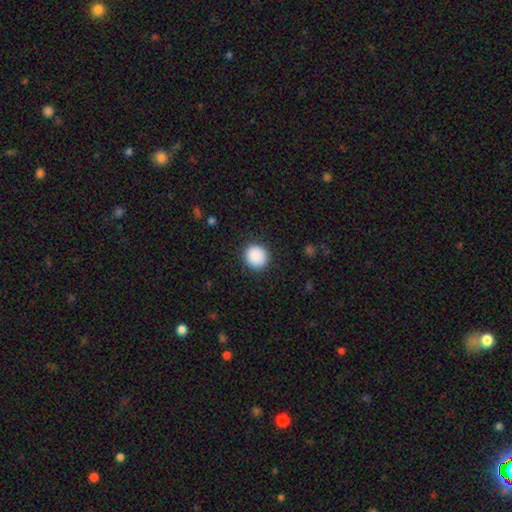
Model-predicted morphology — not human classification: smooth-or-featured: smooth: 89% | star or artifact: 8% | featured or disk: 3%
  how-rounded: round: 91% | in between: 9% | cigar-shaped: 1%
  merging: none: 90% | minor disturbance: 6% | major disturbance: 2% | merger: 1%